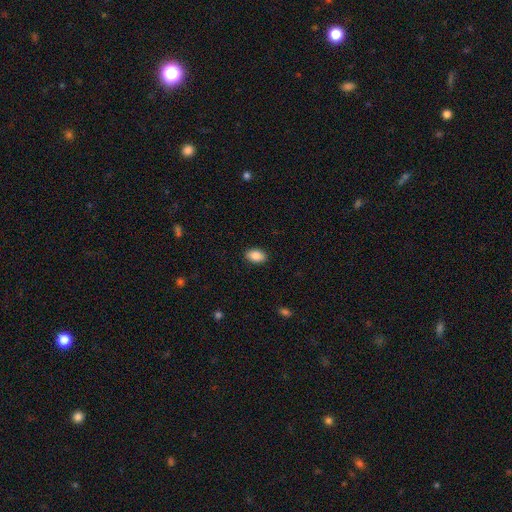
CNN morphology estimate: This appears to be a smooth galaxy with no disk features (88%) that is in between round and cigar-shaped (90%). Merging: none (89%).